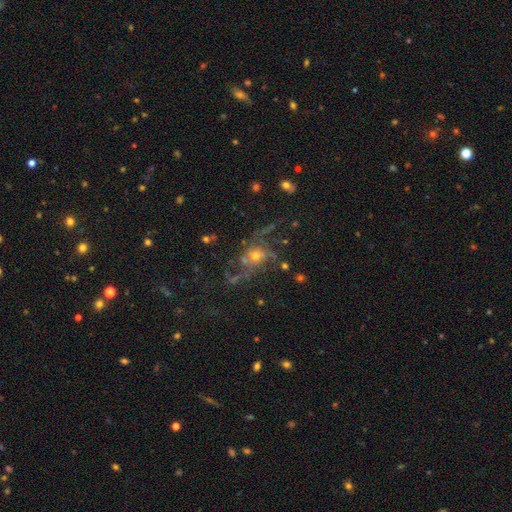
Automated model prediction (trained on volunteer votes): This appears to be a featured or disk galaxy (52%). Merging: none (48%).